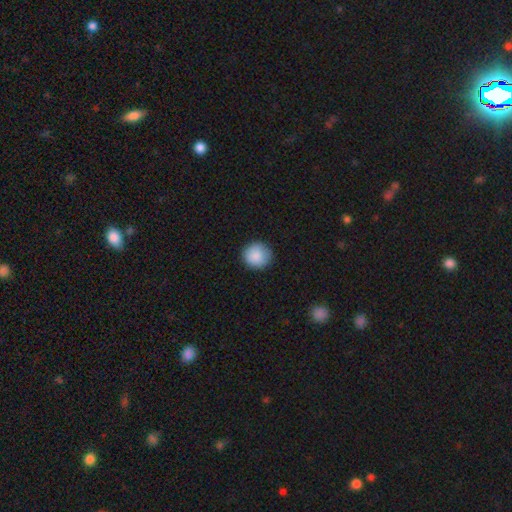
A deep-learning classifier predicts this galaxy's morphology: Smooth or featured?
  - smooth: 88% *
  - star or artifact: 8%
  - featured or disk: 4%
How rounded?
  - round: 93% *
  - in between: 6%
  - cigar-shaped: 1%
Merging?
  - none: 89% *
  - minor disturbance: 8%
  - major disturbance: 2%
  - merger: 1%